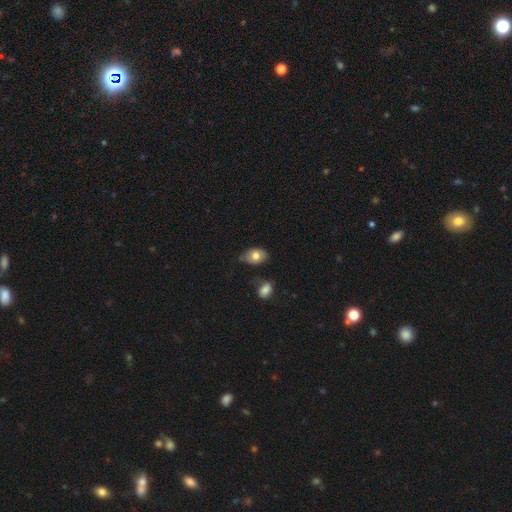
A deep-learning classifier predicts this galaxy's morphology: The model was most divided on "merging": none: 52%, minor disturbance: 34%, major disturbance: 9%, merger: 6%. More confident: how rounded — in between (83%); smooth or featured — smooth (75%).